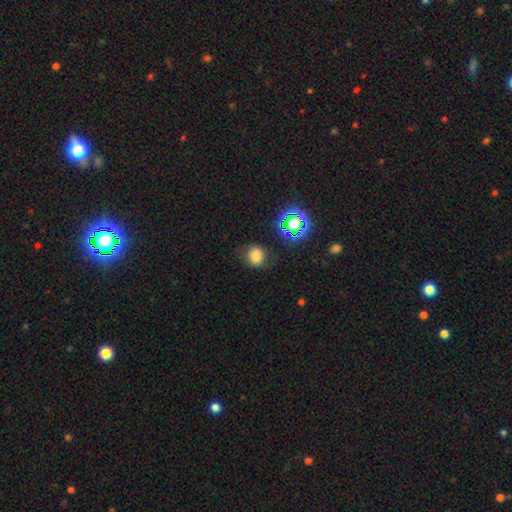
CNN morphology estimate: Smooth or featured? smooth (74%)
How rounded? round (77%)
Merging? none (78%)